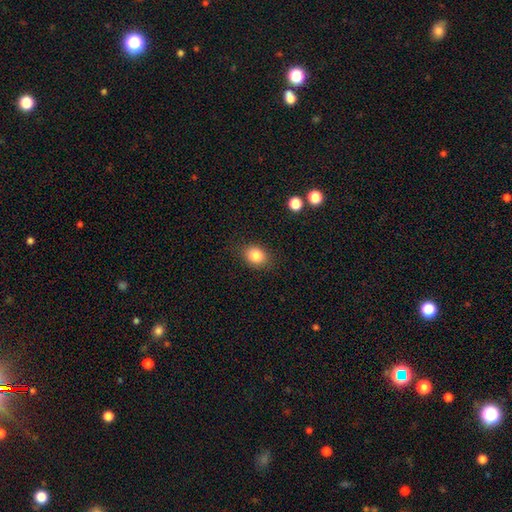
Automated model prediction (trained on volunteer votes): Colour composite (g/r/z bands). It shows a smooth galaxy with no disk features (83%) that is in between round and cigar-shaped (57%). Merging: none (85%).